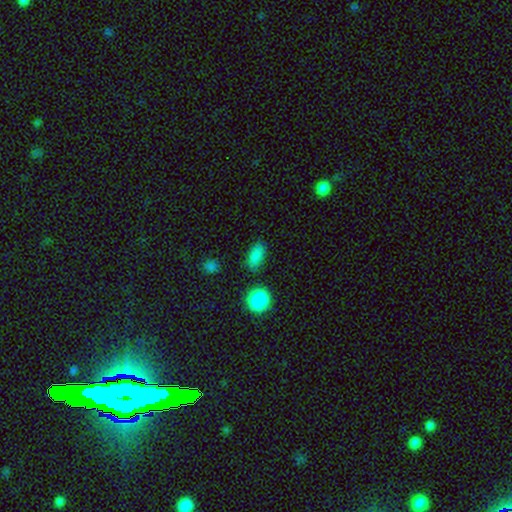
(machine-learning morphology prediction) A smooth galaxy with no disk features (84%) that is in between round and cigar-shaped (84%). Merging: none (82%).